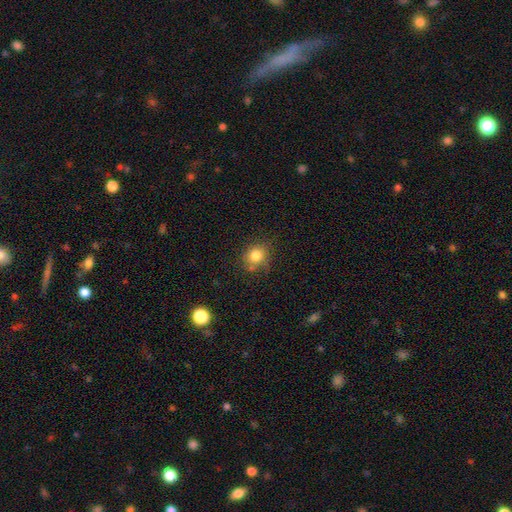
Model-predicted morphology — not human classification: Smooth or featured: smooth — 81% (star or artifact — 12%)
How rounded: round — 76% (in between — 23%)
Merging: none — 73% (minor disturbance — 17%)